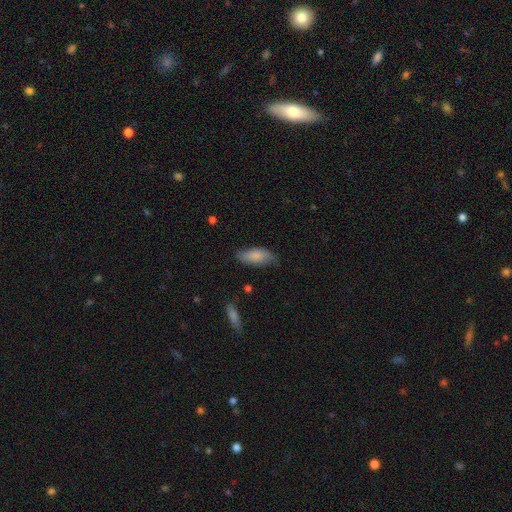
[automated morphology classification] type=smooth (81%); roundness=in between (86%); merging=none (68%).